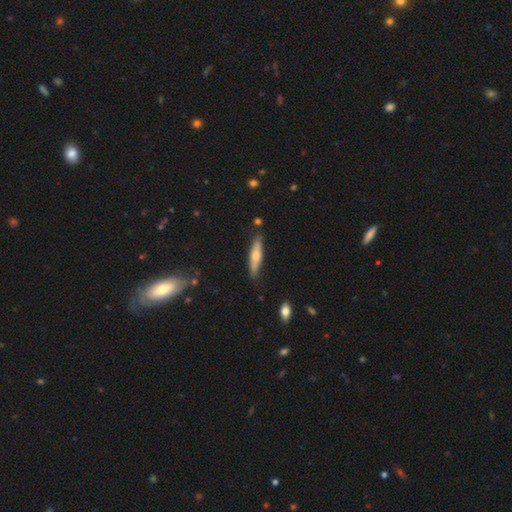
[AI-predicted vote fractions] Overall: smooth (59%; featured or disk 35%). How rounded: cigar-shaped (81%). Merging: none (83%).